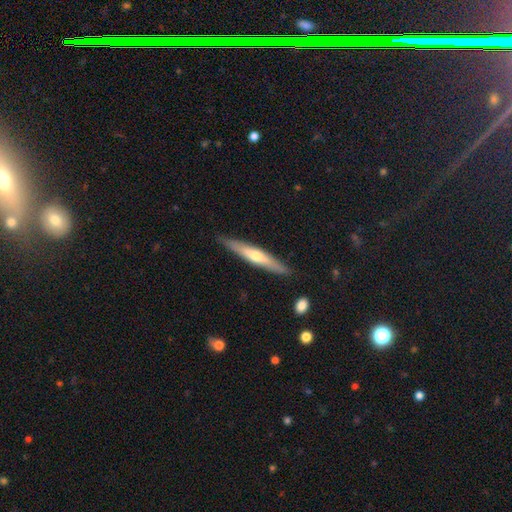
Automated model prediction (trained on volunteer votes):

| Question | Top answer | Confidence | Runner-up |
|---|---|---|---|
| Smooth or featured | featured or disk | 54% | smooth (40%) |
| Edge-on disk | yes | 92% | no (8%) |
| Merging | none | 87% | minor disturbance (9%) |